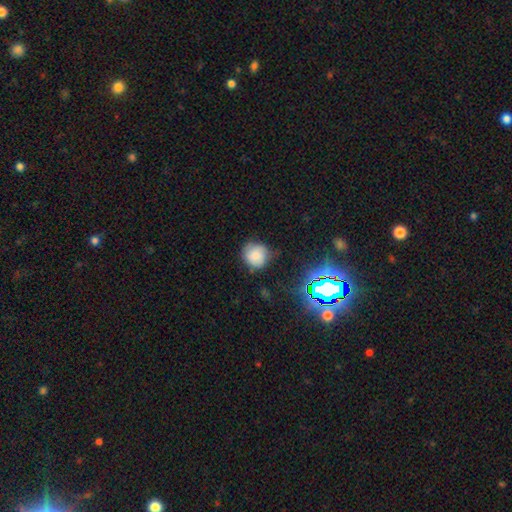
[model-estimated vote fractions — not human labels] smooth-or-featured: smooth: 78% | star or artifact: 13% | featured or disk: 9%
  how-rounded: round: 89% | in between: 10% | cigar-shaped: 1%
  merging: none: 70% | minor disturbance: 23% | major disturbance: 5% | merger: 2%